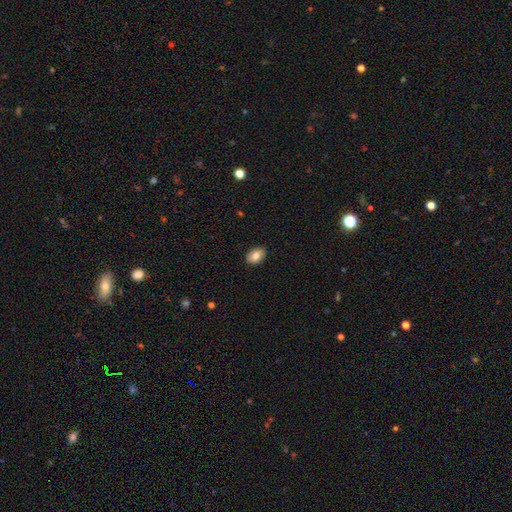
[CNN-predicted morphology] The model was most divided on "smooth or featured": smooth: 83%, featured or disk: 10%, star or artifact: 7%. More confident: merging — none (89%); how rounded — in between (86%).